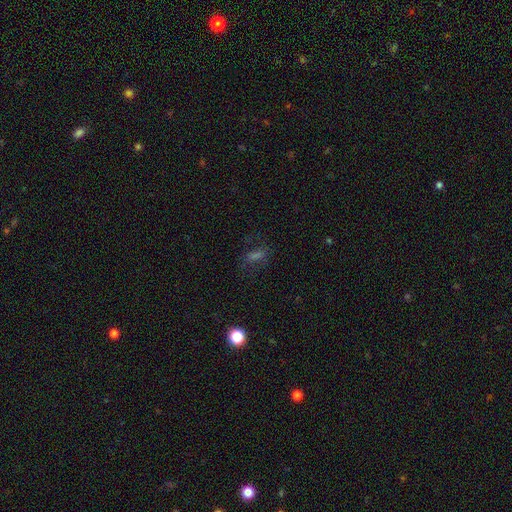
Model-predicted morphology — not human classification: smooth_or_featured: smooth (p=0.48) [alt: star or artifact p=0.31]
merging: none (p=0.70) [alt: minor disturbance p=0.16]